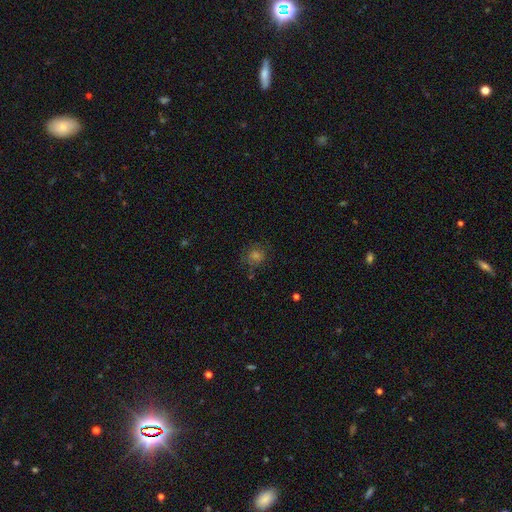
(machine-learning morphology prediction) This is possibly a smooth galaxy (57%). How rounded: clearly round (84%). Merging: likely none (78%).